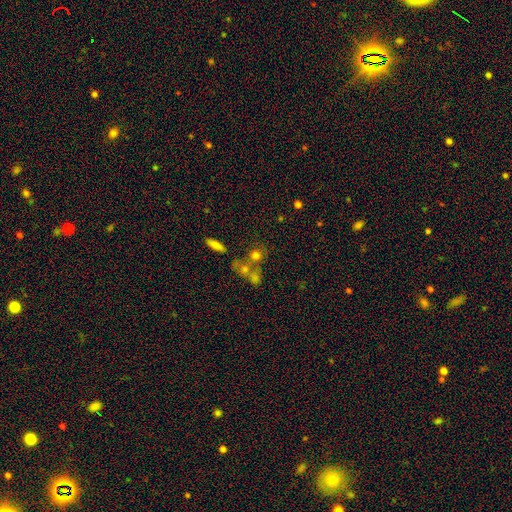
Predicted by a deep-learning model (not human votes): A smooth galaxy with no disk features (67%) that is round (76%).

Vote fractions:
- Smooth or featured? smooth: 67% / featured or disk: 17% / star or artifact: 16%
- How rounded? round: 76% / in between: 21% / cigar-shaped: 3%
- Merging? none: 43% / merger: 41% / minor disturbance: 10% / major disturbance: 7%